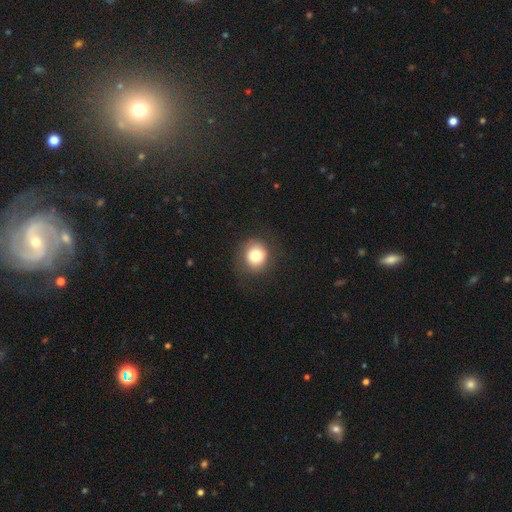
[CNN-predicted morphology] A smooth galaxy with no disk features (79%) that is round (87%).

Vote fractions:
- Smooth or featured? smooth: 79% / star or artifact: 10% / featured or disk: 10%
- How rounded? round: 87% / in between: 12% / cigar-shaped: 1%
- Merging? none: 84% / minor disturbance: 11% / major disturbance: 4% / merger: 1%